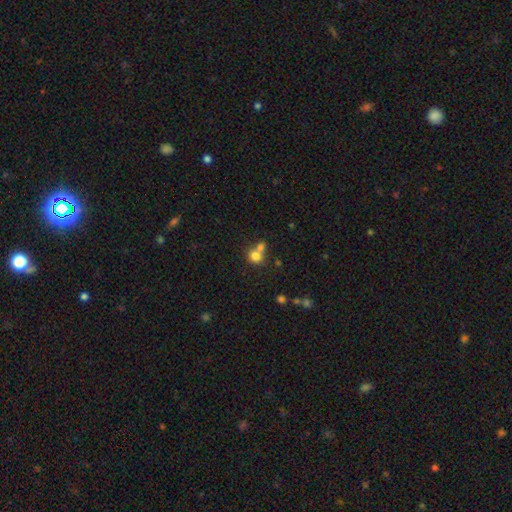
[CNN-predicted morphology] smooth_or_featured: smooth (p=0.77) [alt: star or artifact p=0.12]
how_rounded: round (p=0.83) [alt: in between p=0.16]
merging: merger (p=0.47) [alt: none p=0.41]